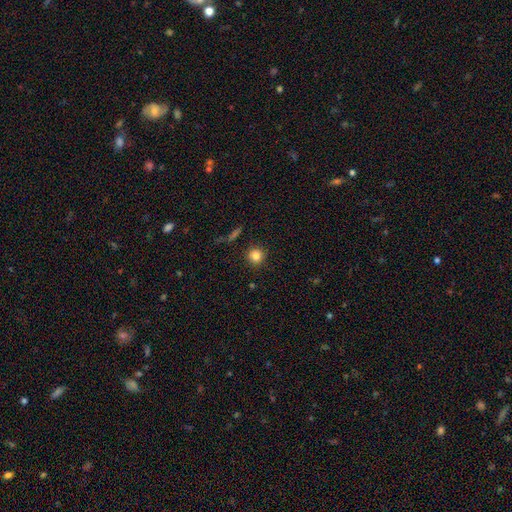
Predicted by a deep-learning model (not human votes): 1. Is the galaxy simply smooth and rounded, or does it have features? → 83% smooth, 11% star or artifact, 6% featured or disk.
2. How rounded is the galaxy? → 93% round, 6% in between, 1% cigar-shaped.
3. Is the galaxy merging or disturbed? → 90% none, 6% minor disturbance, 2% major disturbance, 2% merger.